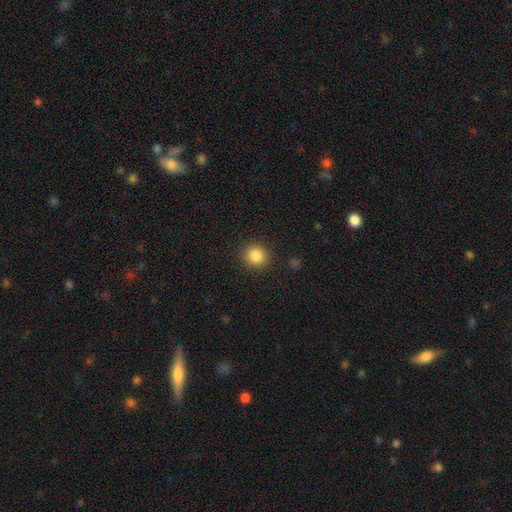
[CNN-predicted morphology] smooth_or_featured: smooth (p=0.86) [alt: star or artifact p=0.10]
how_rounded: round (p=0.90) [alt: in between p=0.09]
merging: none (p=0.90) [alt: minor disturbance p=0.07]